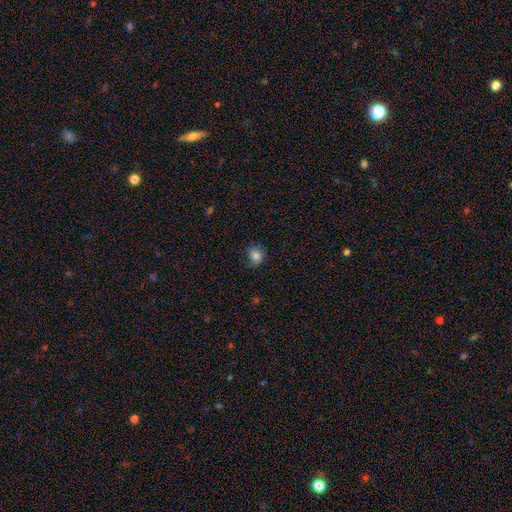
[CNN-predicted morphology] A smooth galaxy with no disk features (82%) that is round (66%). Merging: none (67%).